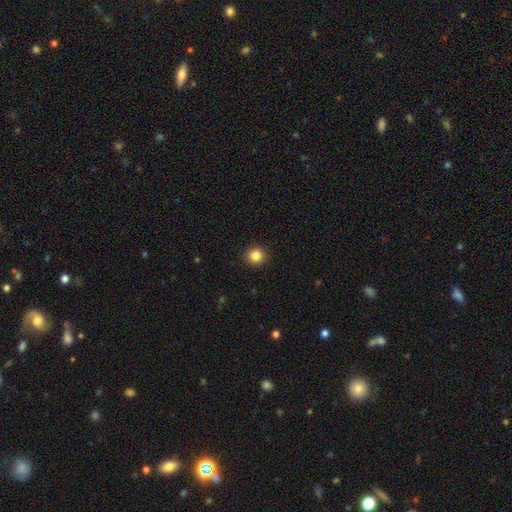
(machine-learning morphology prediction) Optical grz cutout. It shows a smooth galaxy with no disk features (85%) that is round (92%). Merging: none (93%).